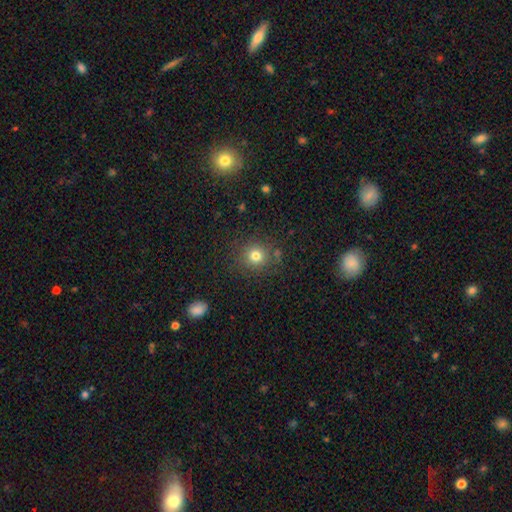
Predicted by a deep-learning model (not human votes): smooth 76%, star or artifact 16%, featured or disk 8%. Down the decision tree: how rounded — round (90%); merging — none (84%).